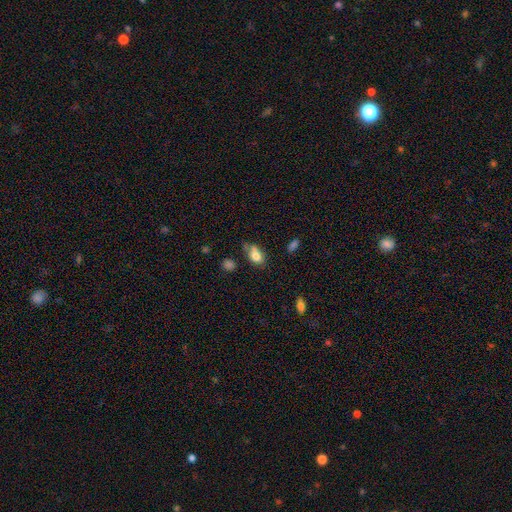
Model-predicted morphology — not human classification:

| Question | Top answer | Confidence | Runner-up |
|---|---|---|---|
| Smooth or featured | smooth | 77% | featured or disk (14%) |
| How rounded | in between | 78% | round (18%) |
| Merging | none | 40% | minor disturbance (29%) |